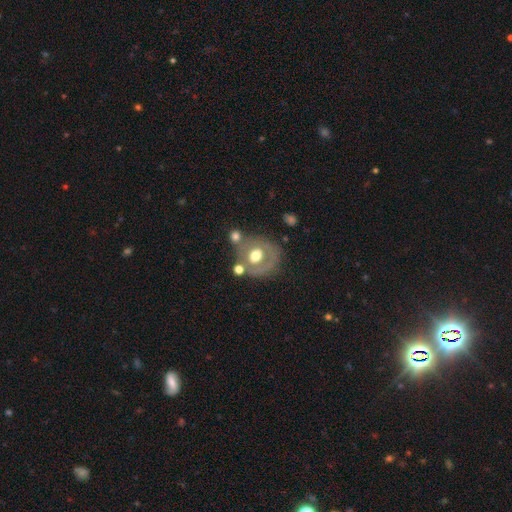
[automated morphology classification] Overall: featured or disk (49%; smooth 43%). Merging: none (56%; minor disturbance 18%).